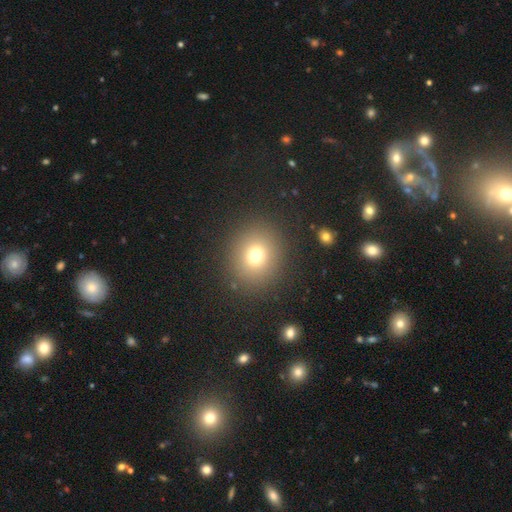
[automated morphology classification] A smooth galaxy with no disk features (73%) that is round (83%). Merging: none (88%).